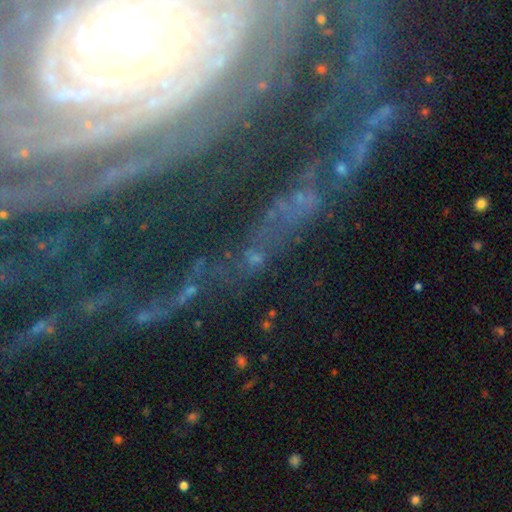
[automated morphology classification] Q: Smooth or featured?
A: star or artifact (59%); runner-up: featured or disk (24%)